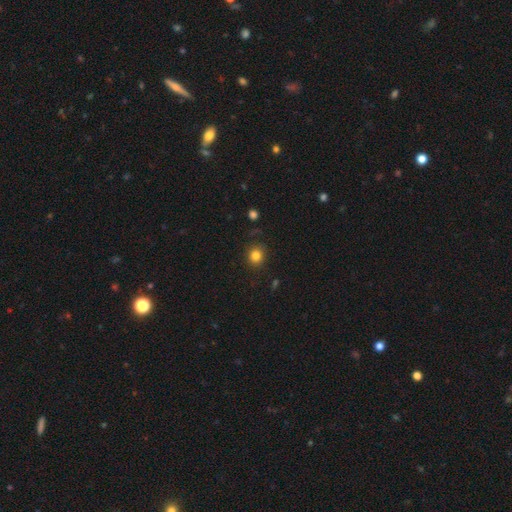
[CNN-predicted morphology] Q: Smooth or featured?
A: smooth (82%); runner-up: star or artifact (13%)
Q: How rounded?
A: round (84%); runner-up: in between (15%)
Q: Merging?
A: none (86%); runner-up: minor disturbance (10%)